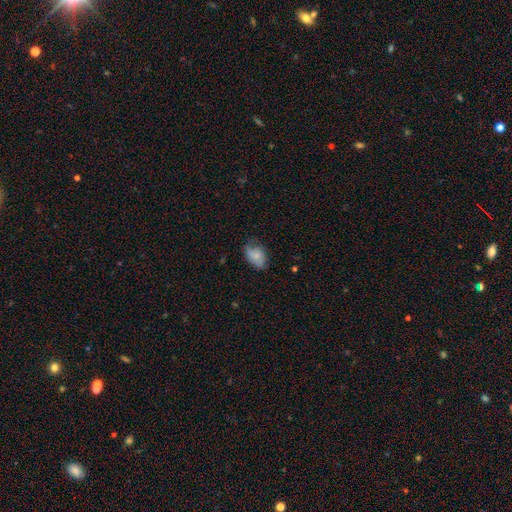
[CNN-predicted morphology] smooth_or_featured: smooth (p=0.73) [alt: featured or disk p=0.18]
how_rounded: in between (p=0.87) [alt: round p=0.11]
merging: none (p=0.52) [alt: minor disturbance p=0.33]